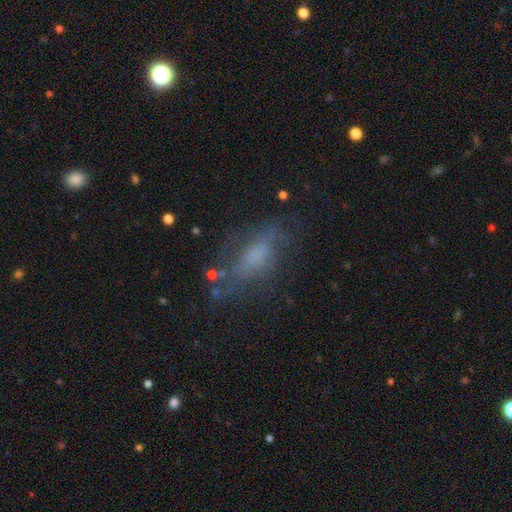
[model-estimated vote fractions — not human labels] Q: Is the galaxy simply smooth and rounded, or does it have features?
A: smooth — 44%.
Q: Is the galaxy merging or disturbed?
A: none — 57%.